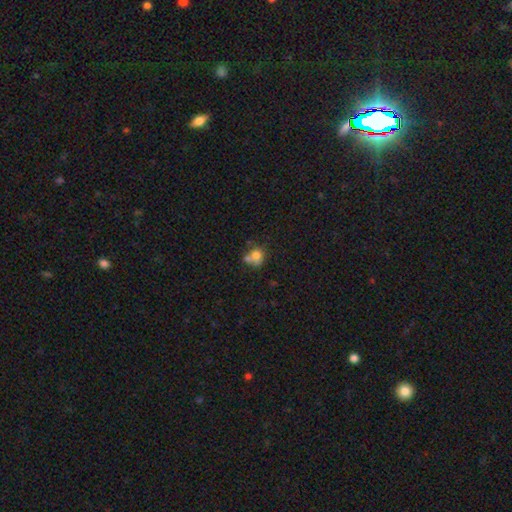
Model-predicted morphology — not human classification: Overall: smooth (71%). How rounded: round (65%; in between 34%). Merging: merger (44%; none 34%).